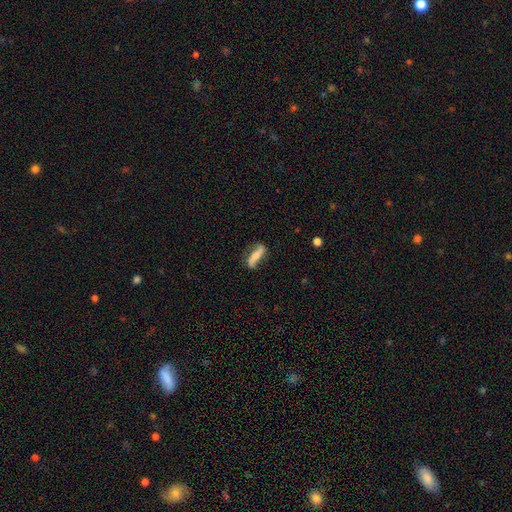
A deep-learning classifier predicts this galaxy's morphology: Smooth or featured? Predicted: featured or disk (p=0.50). Edge-on disk? Predicted: no (p=0.70). Merging? Predicted: none (p=0.66).